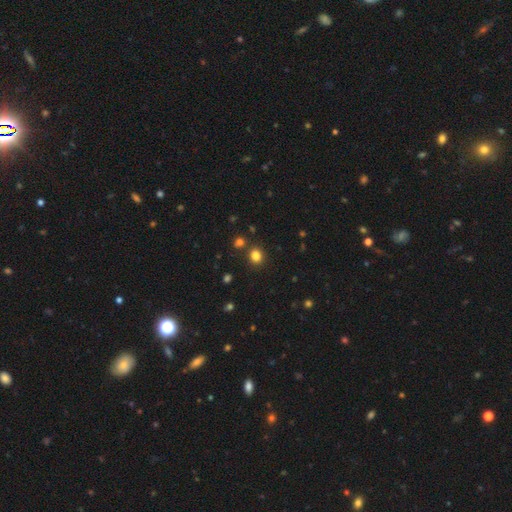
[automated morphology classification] smooth-or-featured: smooth: 81% | star or artifact: 14% | featured or disk: 5%
  how-rounded: round: 72% | in between: 27% | cigar-shaped: 1%
  merging: none: 83% | minor disturbance: 8% | merger: 7% | major disturbance: 3%